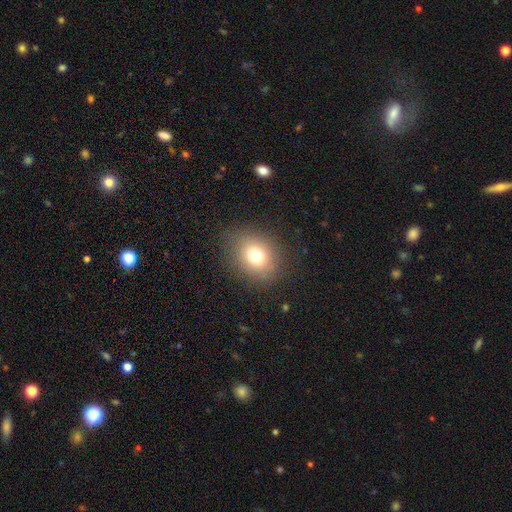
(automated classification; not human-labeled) smooth_or_featured: smooth (p=0.75) [alt: star or artifact p=0.13]
how_rounded: round (p=0.57) [alt: in between p=0.42]
merging: none (p=0.82) [alt: minor disturbance p=0.12]